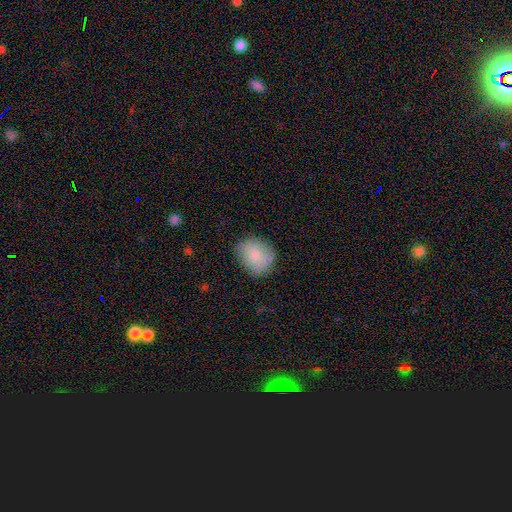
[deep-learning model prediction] smooth_or_featured: smooth (p=0.81) [alt: featured or disk p=0.12]
how_rounded: round (p=0.56) [alt: in between p=0.43]
merging: none (p=0.71) [alt: minor disturbance p=0.22]